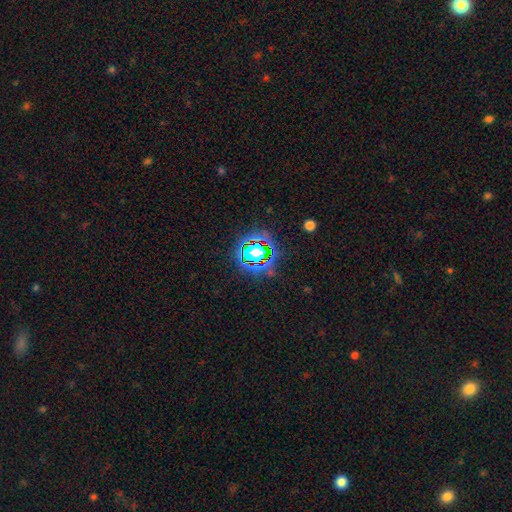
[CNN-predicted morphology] Q: Smooth or featured?
A: star or artifact (60%); runner-up: smooth (27%)